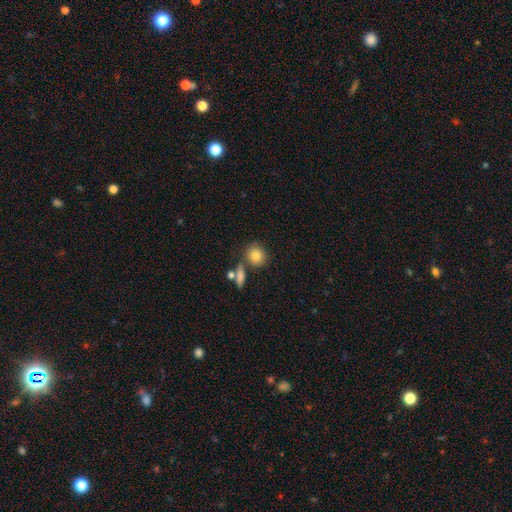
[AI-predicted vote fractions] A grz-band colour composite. It shows a smooth galaxy with no disk features (82%) that is round (76%). Merging: none (69%).